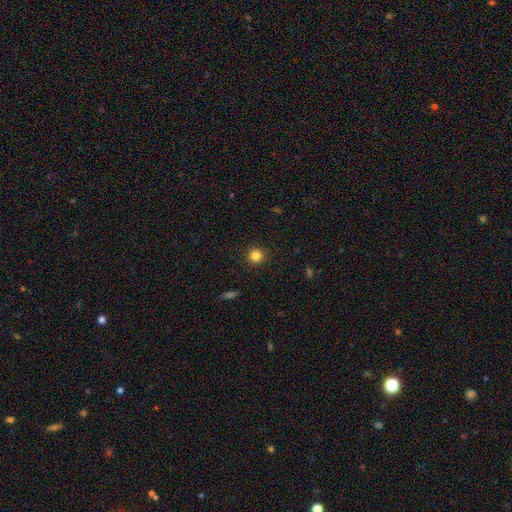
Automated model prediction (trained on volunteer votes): This is clearly a smooth galaxy (83%). How rounded: clearly round (95%). Merging: clearly none (92%).